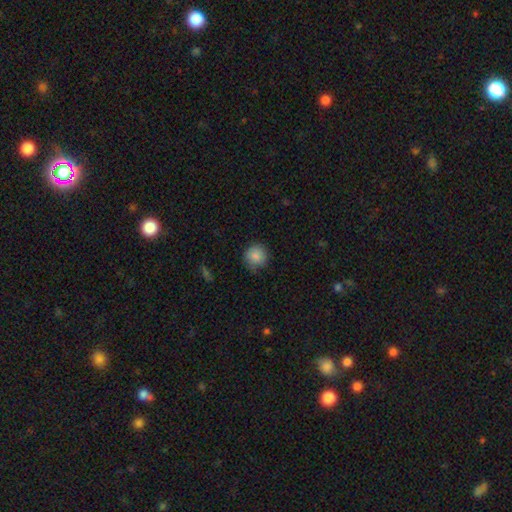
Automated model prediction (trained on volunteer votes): A smooth galaxy with no disk features (85%) that is round (92%). Merging: none (77%).